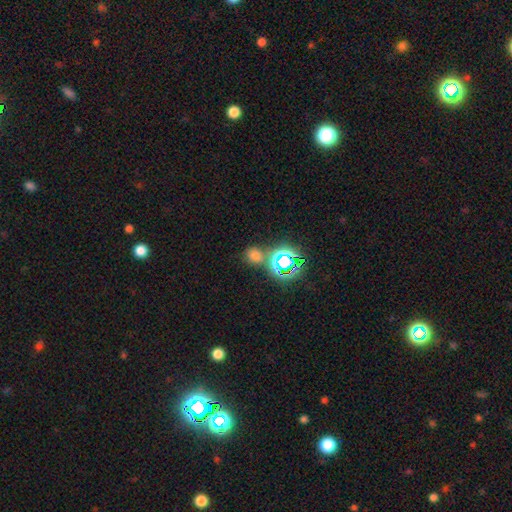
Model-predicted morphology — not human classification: type=smooth (57%); roundness=round (75%); merging=none (71%).